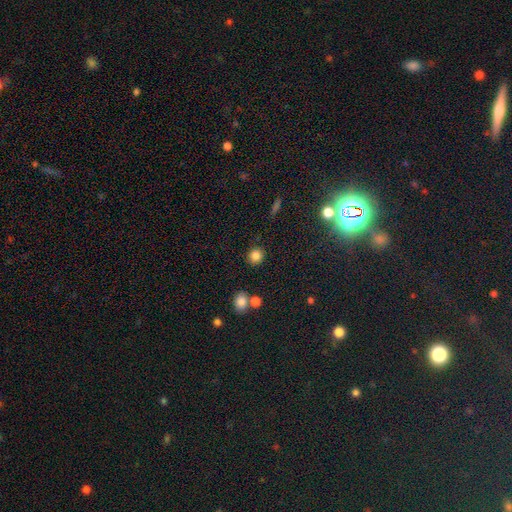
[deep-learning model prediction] This appears to be a smooth galaxy with no disk features (83%) that is round (87%). Merging: none (87%).